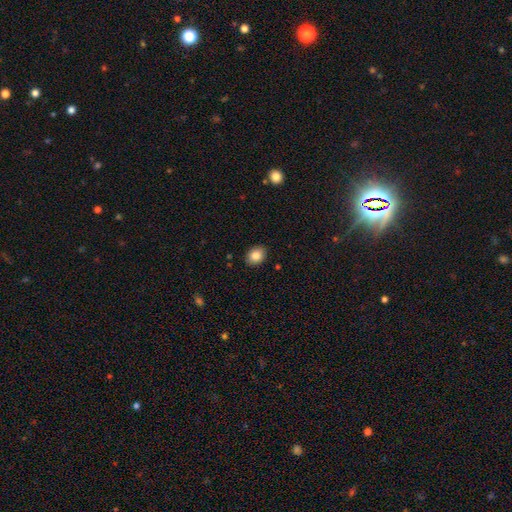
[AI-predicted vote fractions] Overall: smooth (84%). How rounded: in between (58%; round 41%). Merging: none (90%).